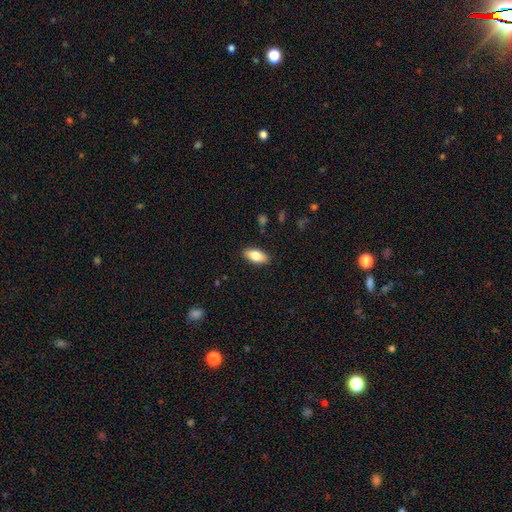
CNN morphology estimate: This appears to be a smooth galaxy with no disk features (81%) that is in between round and cigar-shaped (89%). Merging: none (88%).